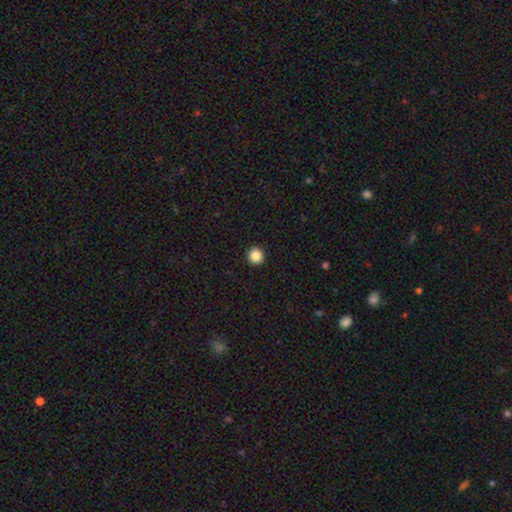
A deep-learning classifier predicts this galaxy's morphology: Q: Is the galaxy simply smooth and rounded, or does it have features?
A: smooth — 87%.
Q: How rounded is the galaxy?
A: round — 95%.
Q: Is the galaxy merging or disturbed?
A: none — 94%.